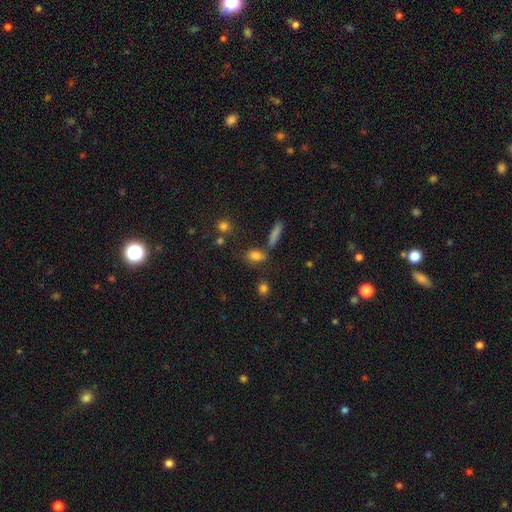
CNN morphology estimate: Smooth or featured: smooth — 78% (star or artifact — 12%)
How rounded: in between — 71% (round — 19%)
Merging: none — 66% (minor disturbance — 14%)